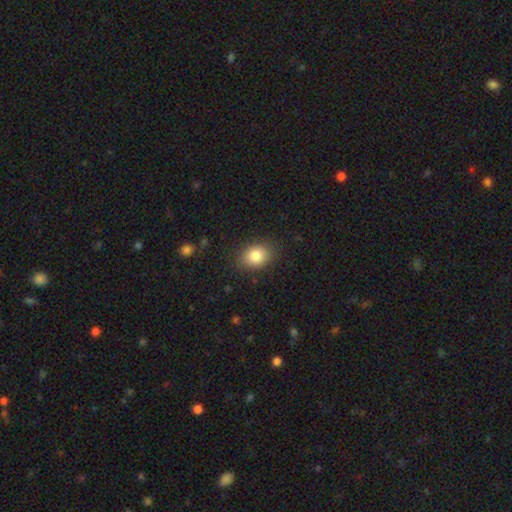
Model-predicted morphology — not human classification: Smooth or featured? smooth (83%)
How rounded? in between (65%)
Merging? none (85%)